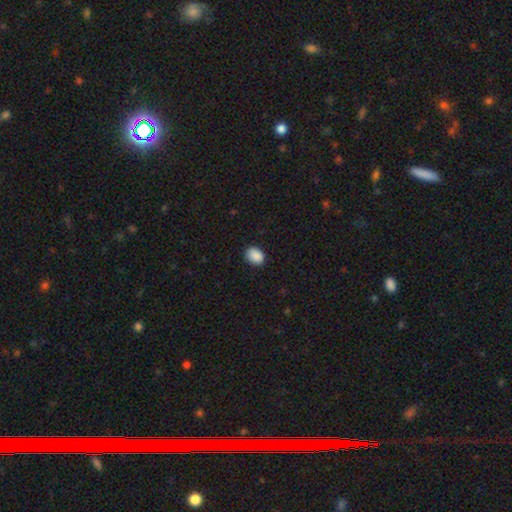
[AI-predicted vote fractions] A smooth galaxy with no disk features (90%) that is in between round and cigar-shaped (70%). Merging: none (86%).